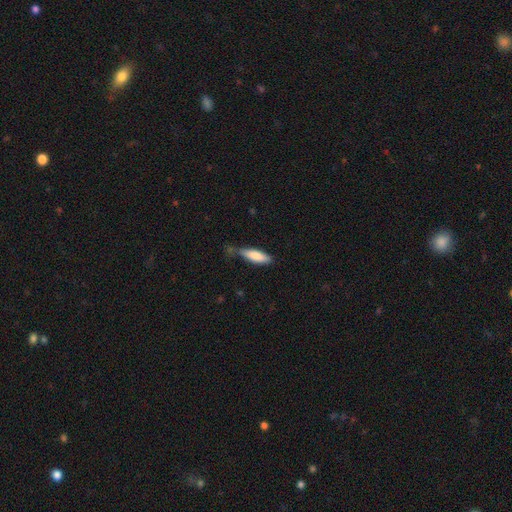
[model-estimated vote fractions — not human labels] Smooth or featured? Predicted: smooth (p=0.82). How rounded? Predicted: cigar-shaped (p=0.53). Merging? Predicted: none (p=0.58).